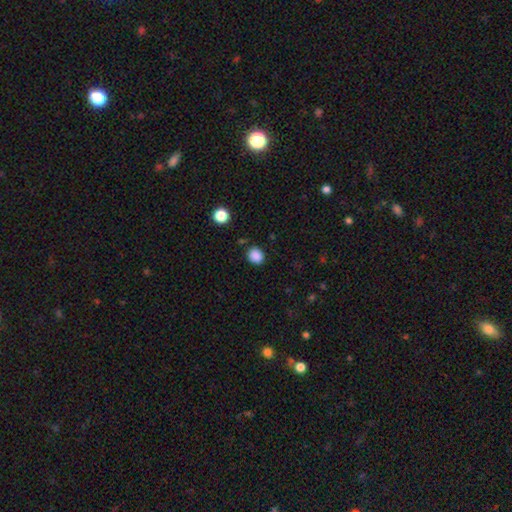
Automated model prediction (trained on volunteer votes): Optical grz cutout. It shows a smooth galaxy with no disk features (87%) that is round (68%). Merging: none (85%).